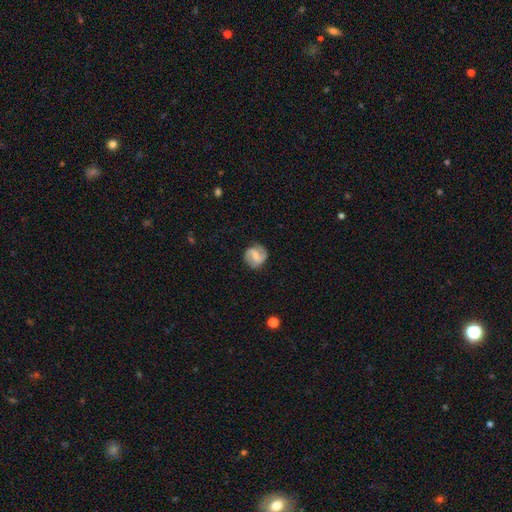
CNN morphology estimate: Overall: featured or disk (74%). Edge-on disk: no (98%). Bar: weak (48%; strong 33%). Spiral arms: yes (93%). Spiral arm count: 2 (89%). Spiral winding: medium (47%; tight 27%). Bulge size: small (42%; moderate 34%). Merging: none (82%).